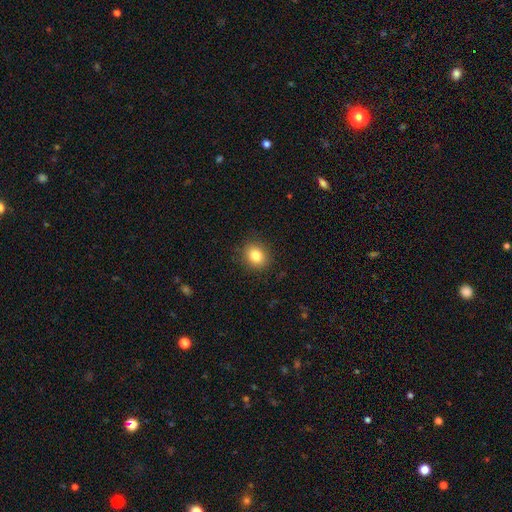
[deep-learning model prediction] Overall: smooth (83%). How rounded: round (65%; in between 34%). Merging: none (88%).